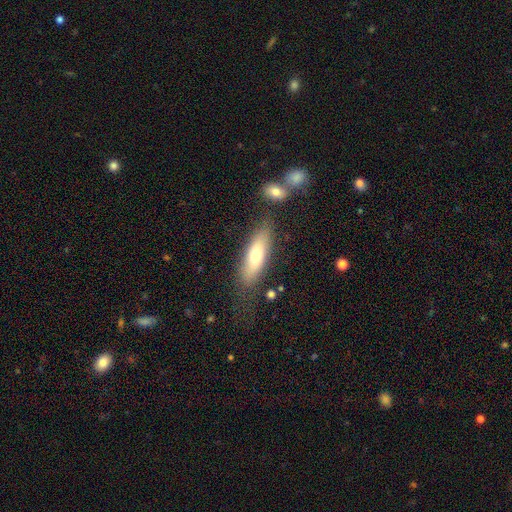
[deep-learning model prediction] This appears to be a smooth galaxy with no disk features (66%) that is in between round and cigar-shaped (50%). Merging: none (76%).